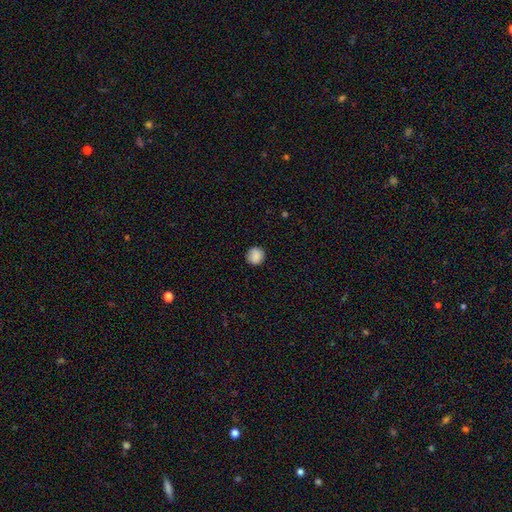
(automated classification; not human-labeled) Smooth or featured?
  - smooth: 87% *
  - star or artifact: 9%
  - featured or disk: 5%
How rounded?
  - round: 91% *
  - in between: 9%
  - cigar-shaped: 1%
Merging?
  - none: 87% *
  - minor disturbance: 9%
  - major disturbance: 2%
  - merger: 1%